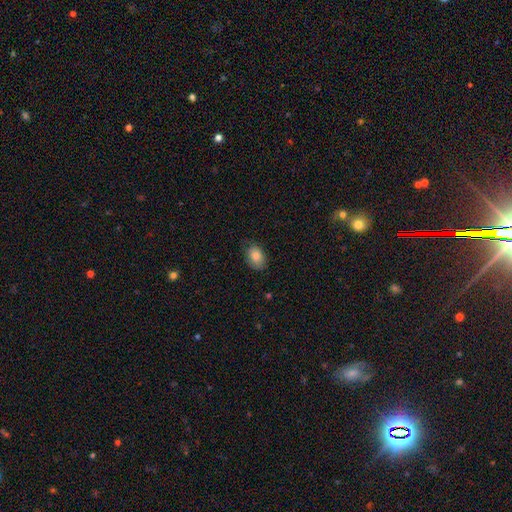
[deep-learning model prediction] Smooth or featured? smooth (83%)
How rounded? in between (83%)
Merging? none (76%)